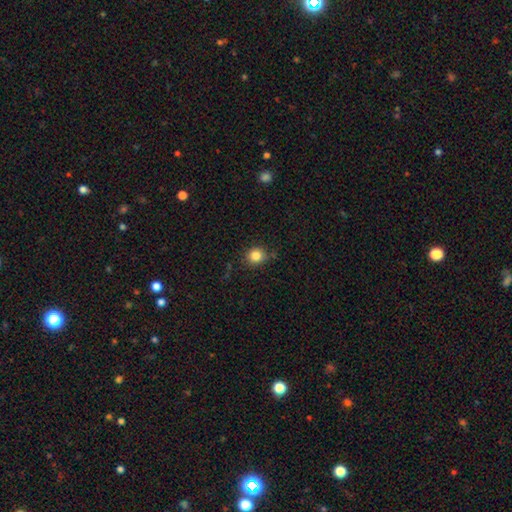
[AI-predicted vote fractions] Q: Smooth or featured?
A: smooth (83%); runner-up: star or artifact (11%)
Q: How rounded?
A: round (86%); runner-up: in between (13%)
Q: Merging?
A: none (81%); runner-up: minor disturbance (13%)